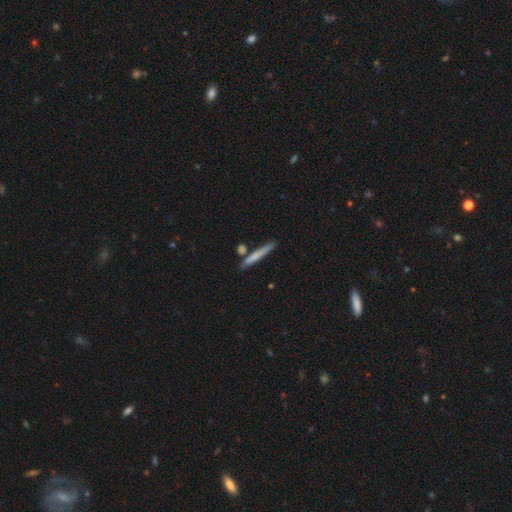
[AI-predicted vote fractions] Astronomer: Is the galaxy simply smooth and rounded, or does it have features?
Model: smooth — 70%.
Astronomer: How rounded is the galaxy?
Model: cigar-shaped — 94%.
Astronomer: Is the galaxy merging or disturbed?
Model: none — 78%.